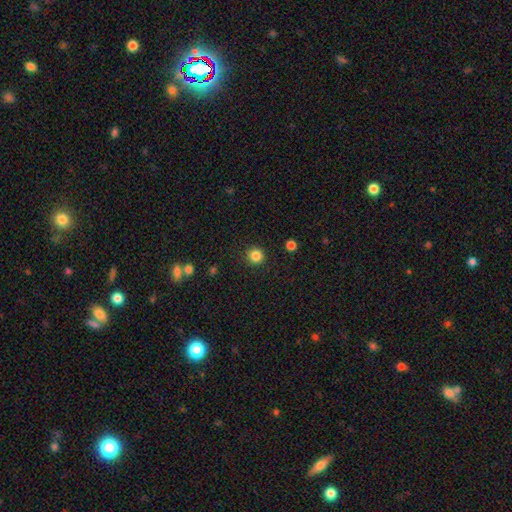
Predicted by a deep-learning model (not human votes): smooth_or_featured: smooth (p=0.84) [alt: star or artifact p=0.12]
how_rounded: round (p=0.95) [alt: in between p=0.04]
merging: none (p=0.92) [alt: minor disturbance p=0.05]